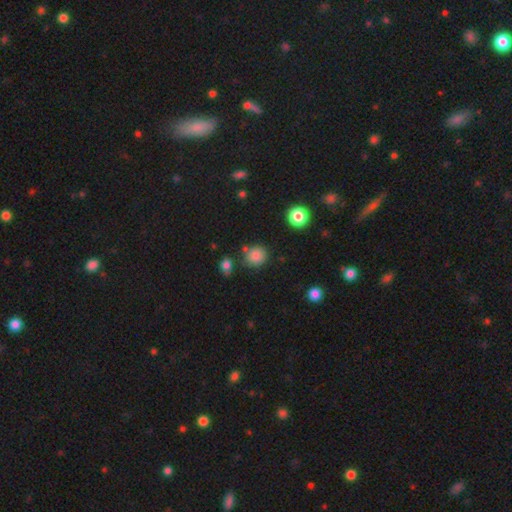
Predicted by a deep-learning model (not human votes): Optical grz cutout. It shows a smooth galaxy with no disk features (84%) that is round (87%). Merging: none (78%).